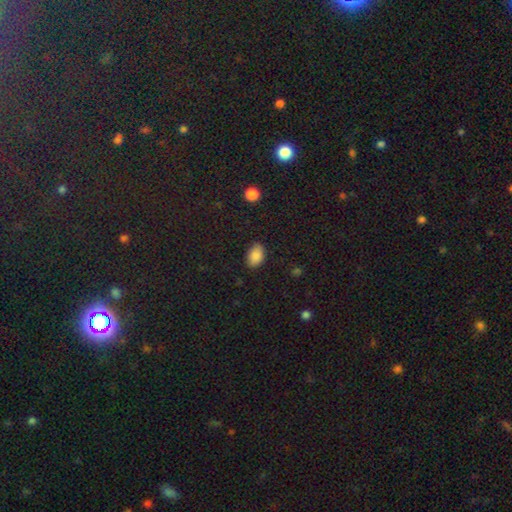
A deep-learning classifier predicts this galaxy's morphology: Smooth or featured? smooth (87%)
How rounded? in between (85%)
Merging? none (83%)